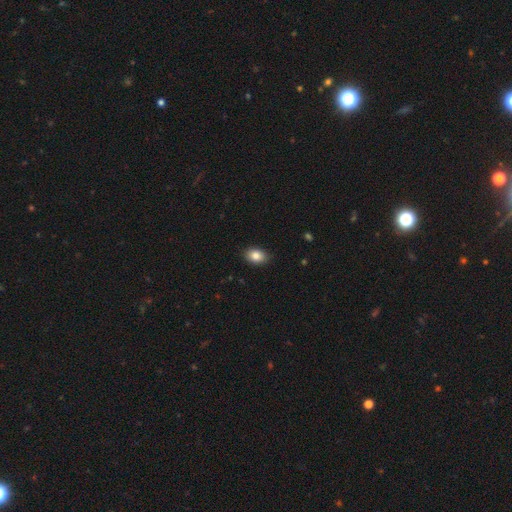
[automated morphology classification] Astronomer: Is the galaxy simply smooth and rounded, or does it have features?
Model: smooth — 85%.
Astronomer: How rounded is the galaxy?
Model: in between — 76%.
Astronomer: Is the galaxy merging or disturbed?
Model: none — 88%.